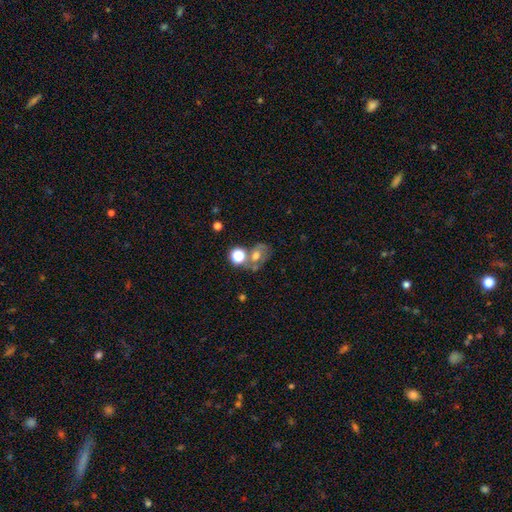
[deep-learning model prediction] This is possibly a smooth galaxy (48%). Merging: marginally none (42%).